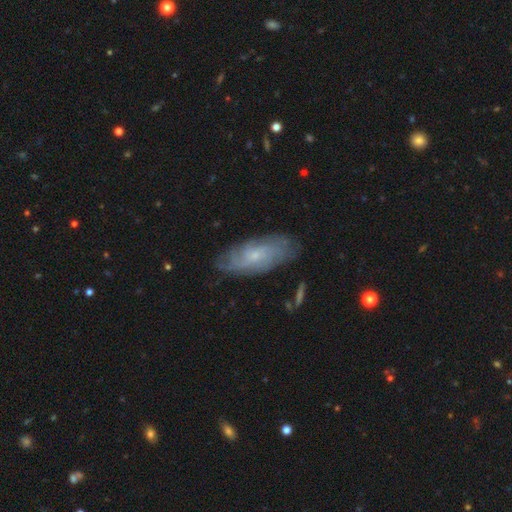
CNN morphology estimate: The model was most divided on "spiral winding": tight: 57%, medium: 31%, loose: 12%. More confident: edge-on disk — no (89%); spiral arms — yes (87%); merging — none (78%); bulge size — small (74%); bar — no (71%); smooth or featured — featured or disk (66%); spiral arm count — can't tell (56%).